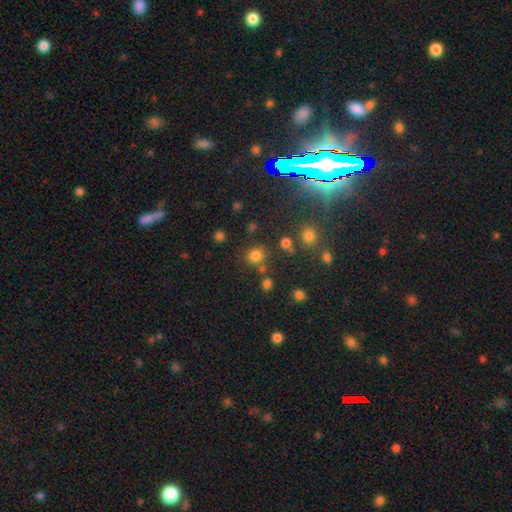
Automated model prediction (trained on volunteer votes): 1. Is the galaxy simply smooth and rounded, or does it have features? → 77% smooth, 18% star or artifact, 6% featured or disk.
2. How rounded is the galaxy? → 83% round, 16% in between, 1% cigar-shaped.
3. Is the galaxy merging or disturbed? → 74% none, 11% merger, 11% minor disturbance, 5% major disturbance.